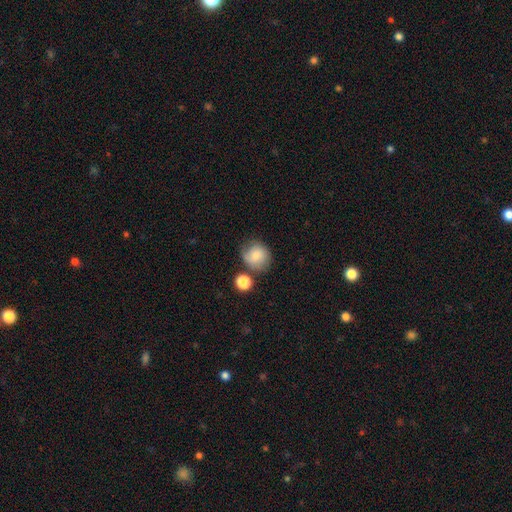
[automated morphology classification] Smooth or featured: smooth — 76% (featured or disk — 15%)
How rounded: round — 84% (in between — 16%)
Merging: none — 60% (minor disturbance — 21%)